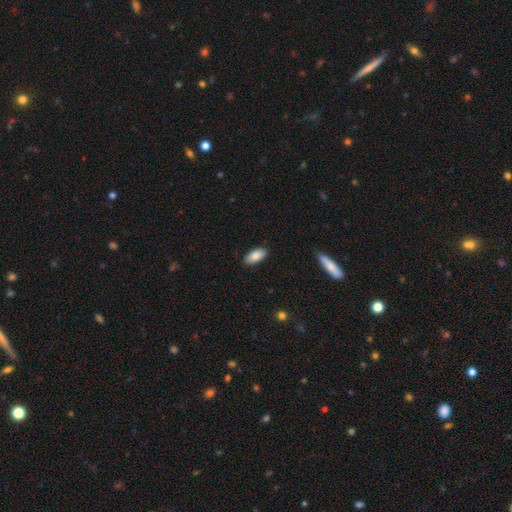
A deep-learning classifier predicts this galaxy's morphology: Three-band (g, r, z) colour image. It shows a smooth galaxy with no disk features (87%) that is in between round and cigar-shaped (91%). Merging: none (87%).